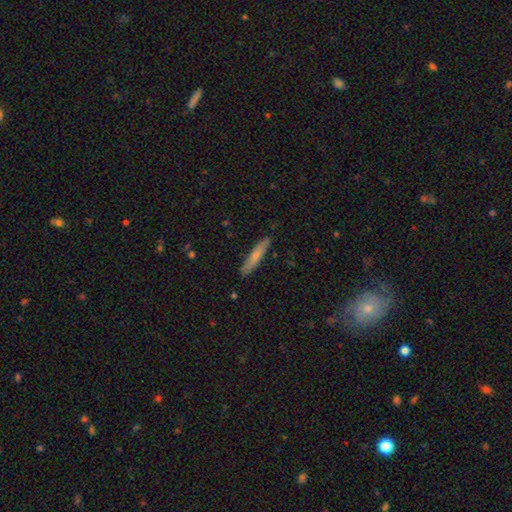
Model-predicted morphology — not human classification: Q: Smooth or featured?
A: smooth (67%); runner-up: featured or disk (27%)
Q: How rounded?
A: cigar-shaped (91%); runner-up: in between (8%)
Q: Merging?
A: none (87%); runner-up: minor disturbance (10%)